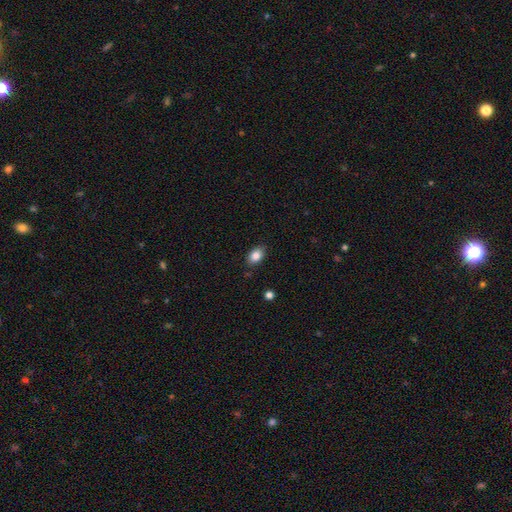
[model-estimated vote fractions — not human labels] A smooth galaxy with no disk features (85%) that is in between round and cigar-shaped (87%). Merging: none (85%).